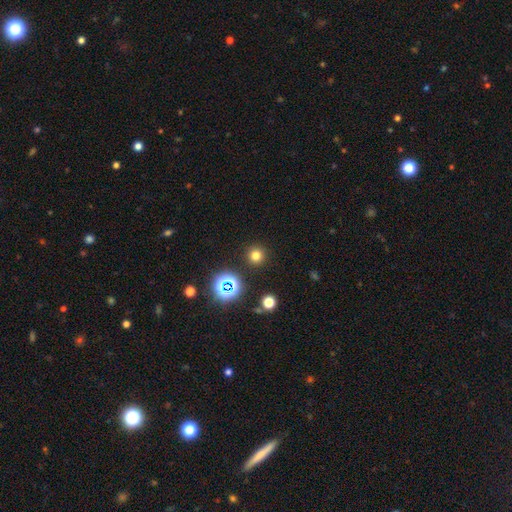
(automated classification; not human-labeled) smooth 72%, star or artifact 22%, featured or disk 6%. Down the decision tree: how rounded — round (95%); merging — none (91%).